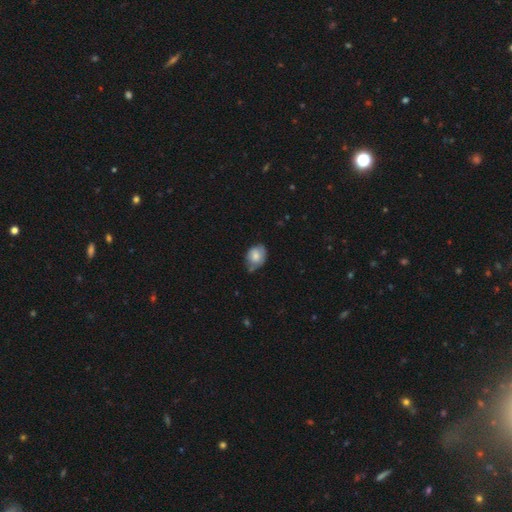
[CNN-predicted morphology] smooth-or-featured: smooth: 73% | featured or disk: 20% | star or artifact: 8%
  how-rounded: in between: 60% | round: 39% | cigar-shaped: 1%
  merging: none: 47% | minor disturbance: 40% | major disturbance: 9% | merger: 4%